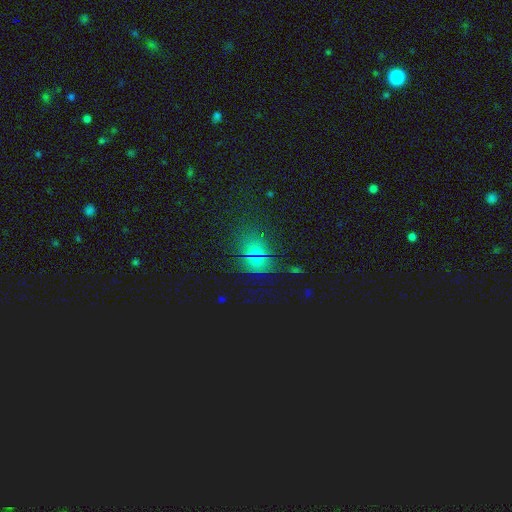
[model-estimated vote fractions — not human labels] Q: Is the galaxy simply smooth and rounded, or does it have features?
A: smooth — 53%.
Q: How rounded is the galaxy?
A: in between — 50%.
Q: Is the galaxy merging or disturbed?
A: none — 73%.